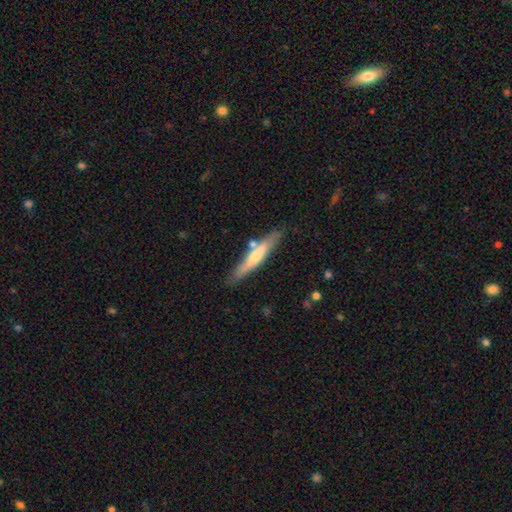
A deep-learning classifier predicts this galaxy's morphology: The model was most divided on "smooth or featured": smooth: 51%, featured or disk: 44%, star or artifact: 6%. More confident: how rounded — cigar-shaped (90%); merging — none (78%).